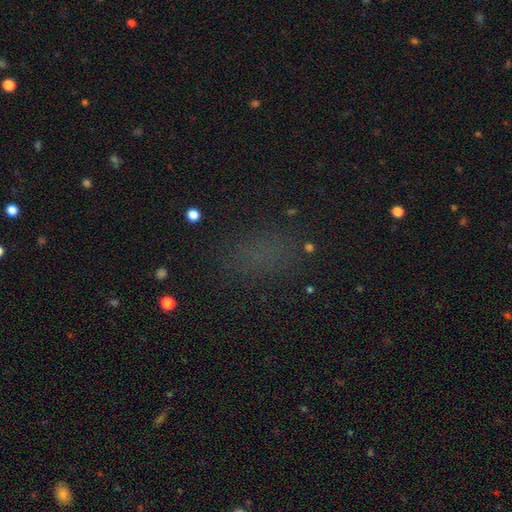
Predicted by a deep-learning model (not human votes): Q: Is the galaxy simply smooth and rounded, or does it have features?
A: smooth — 56%.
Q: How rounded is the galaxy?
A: in between — 72%.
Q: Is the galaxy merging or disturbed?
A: none — 78%.